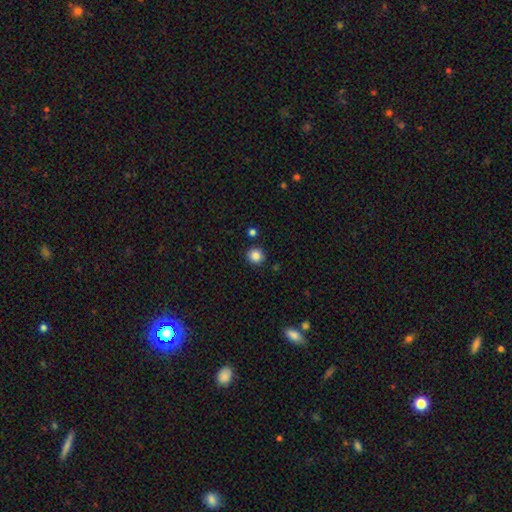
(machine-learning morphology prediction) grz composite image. It shows a smooth galaxy with no disk features (85%) that is round (92%). Merging: none (89%).